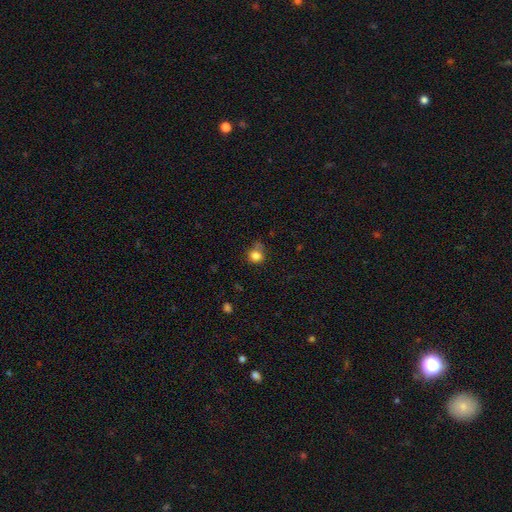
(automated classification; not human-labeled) Overall: smooth (82%). How rounded: round (80%). Merging: none (60%; minor disturbance 25%).